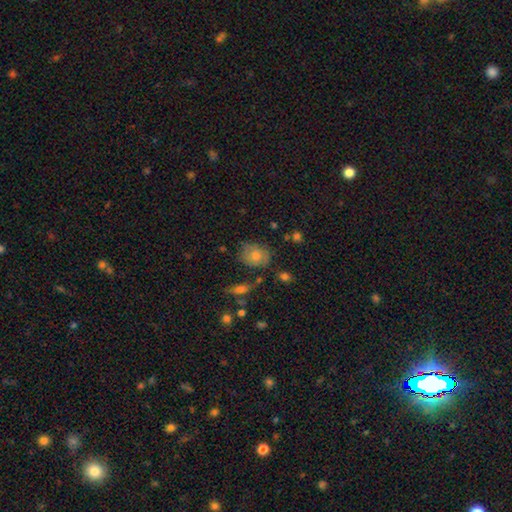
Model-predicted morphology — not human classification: Q: Smooth or featured?
A: smooth (63%); runner-up: featured or disk (23%)
Q: How rounded?
A: round (56%); runner-up: in between (42%)
Q: Merging?
A: none (69%); runner-up: minor disturbance (21%)